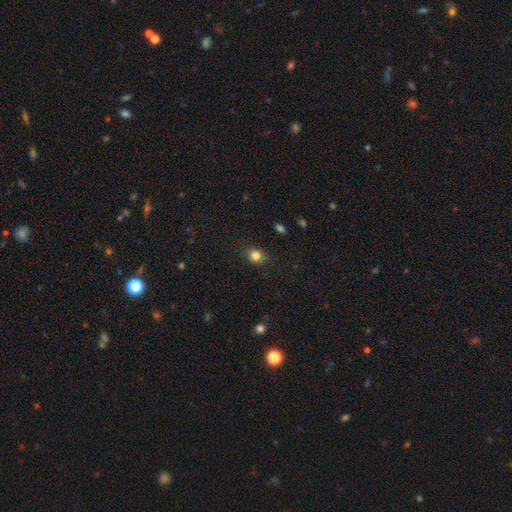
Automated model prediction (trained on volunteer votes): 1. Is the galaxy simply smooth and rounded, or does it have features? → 83% smooth, 12% star or artifact, 5% featured or disk.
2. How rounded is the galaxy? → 76% round, 23% in between, 1% cigar-shaped.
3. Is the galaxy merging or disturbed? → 87% none, 10% minor disturbance, 3% major disturbance, 1% merger.